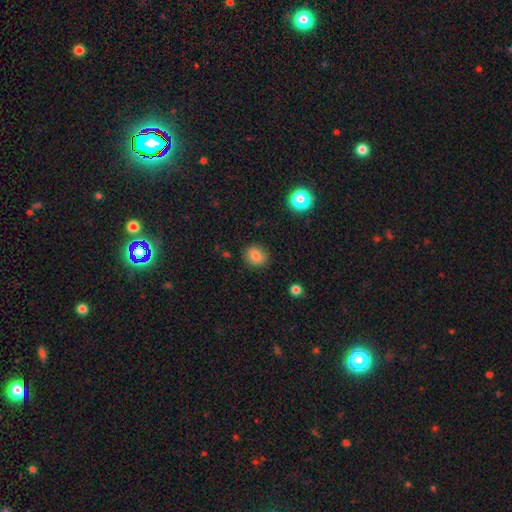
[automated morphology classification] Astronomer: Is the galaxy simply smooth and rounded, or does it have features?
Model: smooth — 83%.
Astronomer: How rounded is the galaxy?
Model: round — 62% (runner-up: in between, 37%).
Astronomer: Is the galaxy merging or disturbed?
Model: none — 86%.